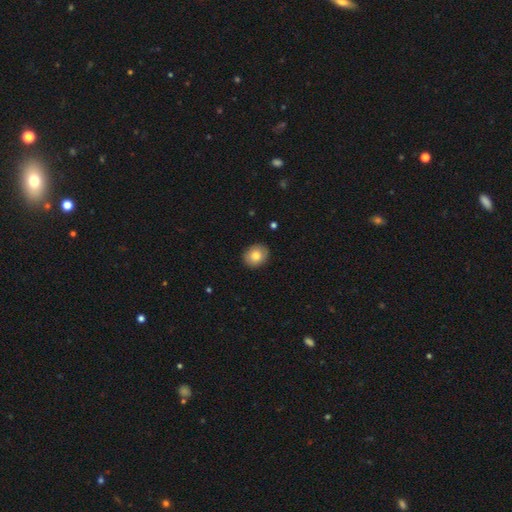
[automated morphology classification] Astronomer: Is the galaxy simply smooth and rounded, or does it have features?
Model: smooth — 81%.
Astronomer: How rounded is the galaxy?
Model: round — 59% (runner-up: in between, 40%).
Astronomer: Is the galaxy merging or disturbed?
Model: none — 89%.